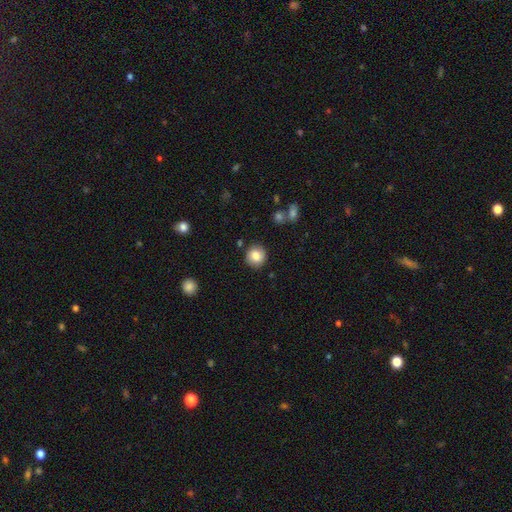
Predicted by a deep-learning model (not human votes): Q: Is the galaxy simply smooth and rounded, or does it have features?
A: smooth — 83%.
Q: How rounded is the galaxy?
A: round — 90%.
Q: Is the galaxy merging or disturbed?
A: none — 86%.